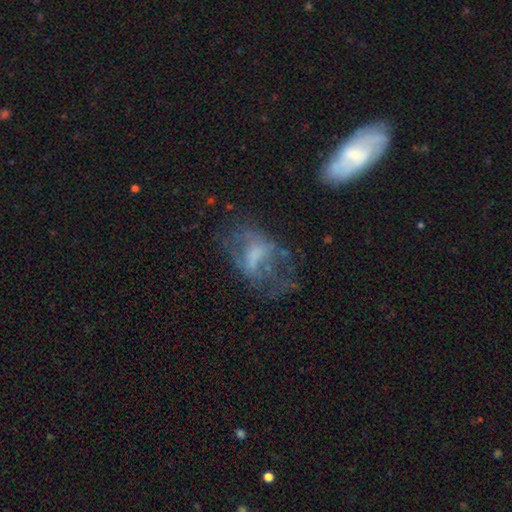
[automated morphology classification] Smooth or featured? Predicted: featured or disk (p=0.51). Edge-on disk? Predicted: no (p=0.93). Merging? Predicted: none (p=0.48).